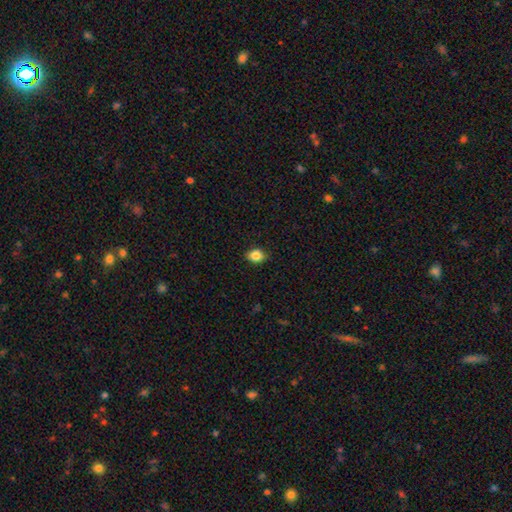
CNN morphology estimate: A smooth galaxy with no disk features (85%) that is in between round and cigar-shaped (56%).

Vote fractions:
- Smooth or featured? smooth: 85% / star or artifact: 10% / featured or disk: 5%
- How rounded? in between: 56% / round: 43% / cigar-shaped: 1%
- Merging? none: 87% / minor disturbance: 10% / major disturbance: 2% / merger: 1%